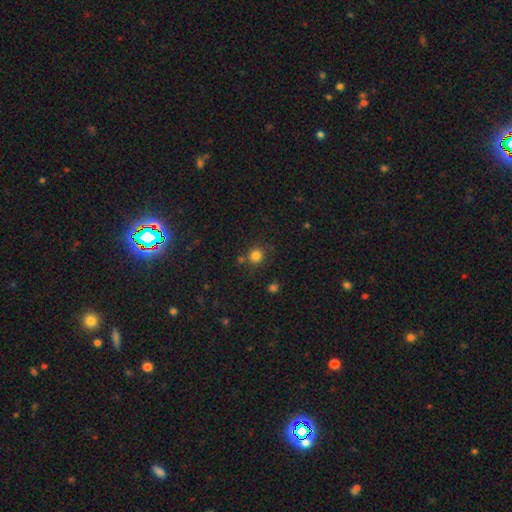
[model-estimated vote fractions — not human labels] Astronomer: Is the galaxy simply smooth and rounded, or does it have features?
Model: smooth — 82%.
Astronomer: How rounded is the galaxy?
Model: round — 91%.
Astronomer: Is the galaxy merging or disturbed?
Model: none — 79%.